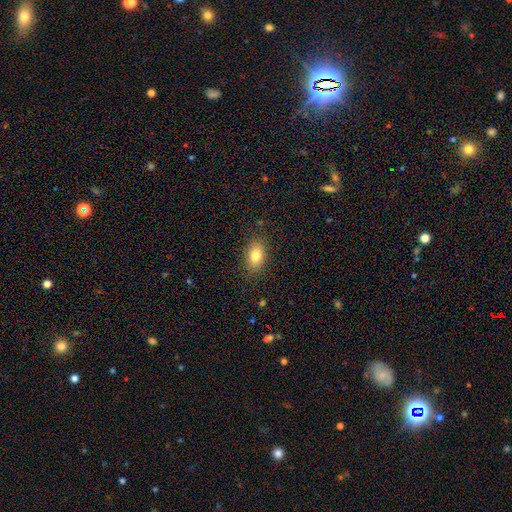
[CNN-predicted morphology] Smooth or featured? smooth (81%)
How rounded? in between (86%)
Merging? none (86%)